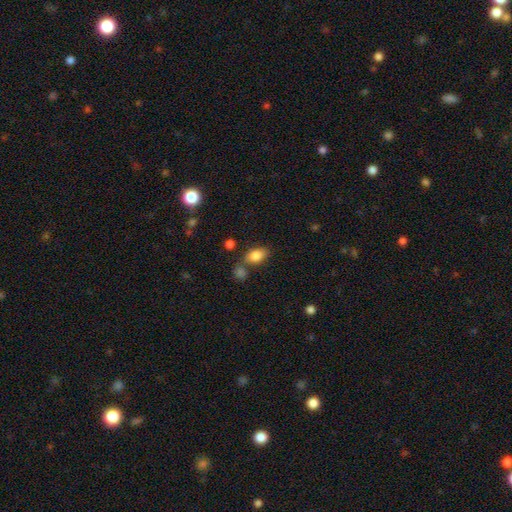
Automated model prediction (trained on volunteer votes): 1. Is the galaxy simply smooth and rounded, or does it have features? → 84% smooth, 9% star or artifact, 7% featured or disk.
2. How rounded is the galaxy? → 87% in between, 11% round, 2% cigar-shaped.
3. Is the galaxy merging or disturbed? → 67% none, 16% merger, 13% minor disturbance, 4% major disturbance.